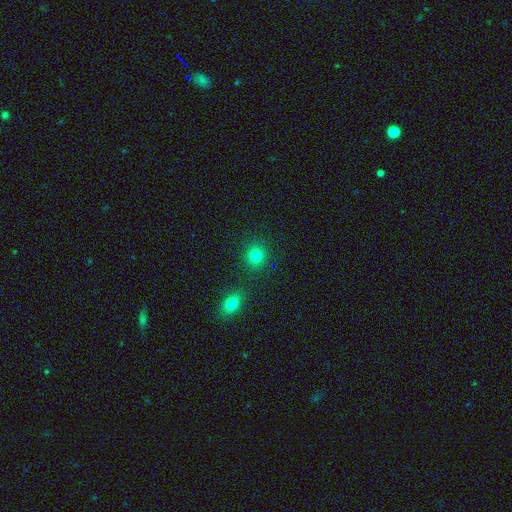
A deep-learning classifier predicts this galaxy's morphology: smooth-or-featured: smooth: 81% | star or artifact: 13% | featured or disk: 5%
  how-rounded: round: 88% | in between: 11% | cigar-shaped: 1%
  merging: none: 86% | minor disturbance: 7% | merger: 4% | major disturbance: 3%